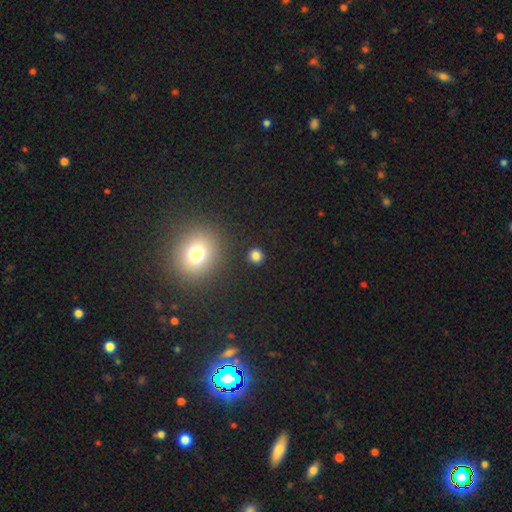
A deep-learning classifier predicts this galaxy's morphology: This appears to be a smooth galaxy with no disk features (81%) that is round (87%). Merging: none (88%).